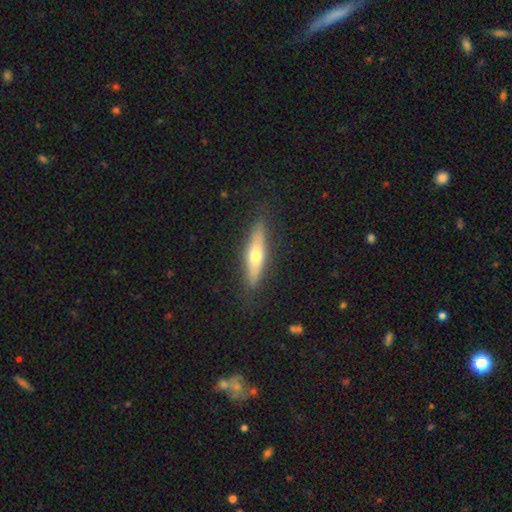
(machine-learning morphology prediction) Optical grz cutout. It shows a smooth galaxy with no disk features (51%) that is cigar-shaped (73%). Merging: none (85%).